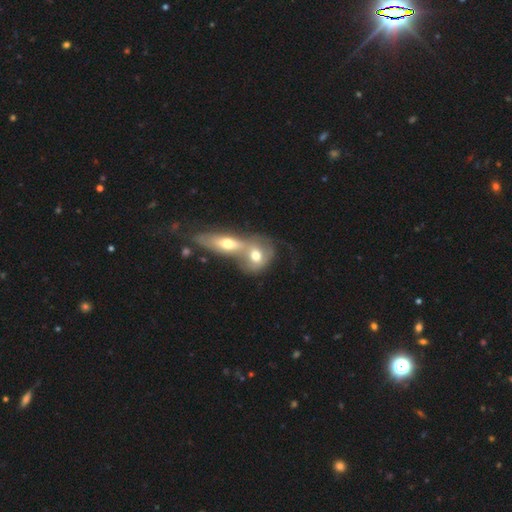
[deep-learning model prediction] smooth 56%, featured or disk 37%, star or artifact 7%. Down the decision tree: how rounded — in between (53%); merging — merger (69%).